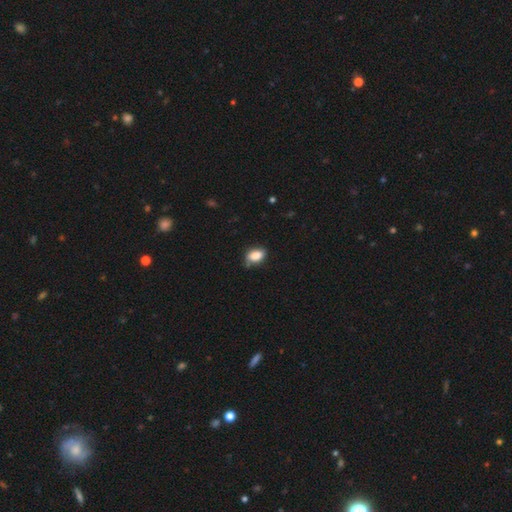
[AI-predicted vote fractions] This appears to be a smooth galaxy with no disk features (86%) that is in between round and cigar-shaped (87%). Merging: none (66%).